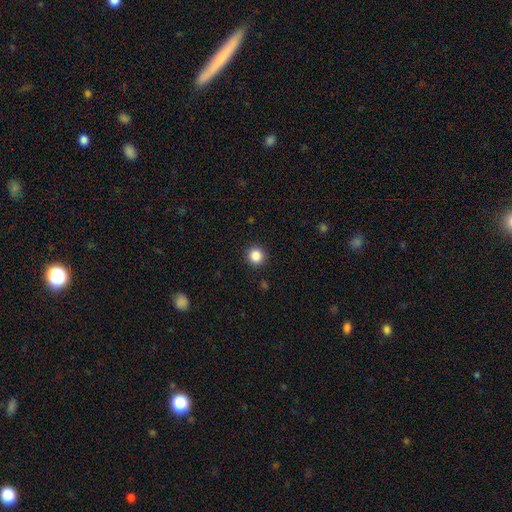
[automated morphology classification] This appears to be a smooth galaxy with no disk features (85%) that is round (93%). Merging: none (92%).